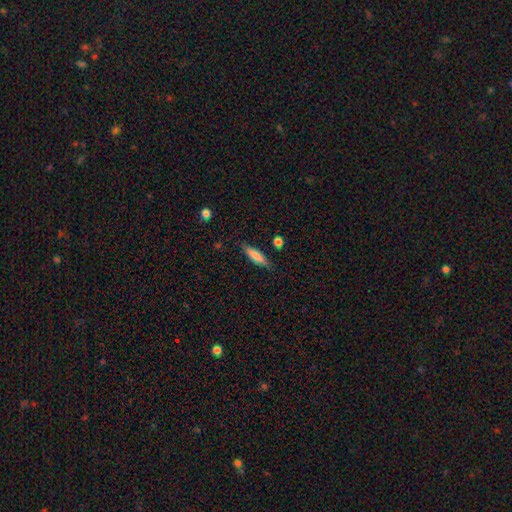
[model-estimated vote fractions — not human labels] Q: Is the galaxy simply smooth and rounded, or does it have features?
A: smooth — 77%.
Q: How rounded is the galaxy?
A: cigar-shaped — 74%.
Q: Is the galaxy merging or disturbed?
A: none — 82%.